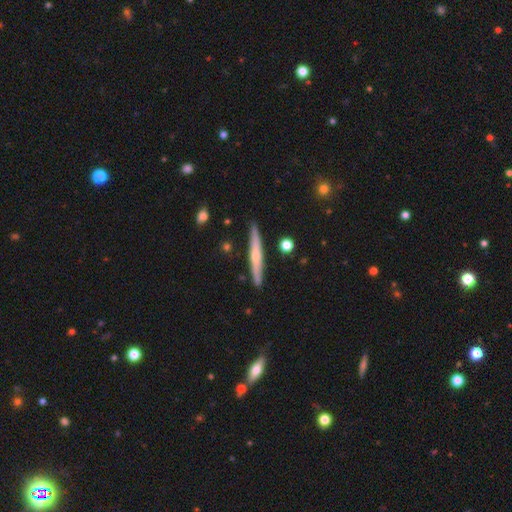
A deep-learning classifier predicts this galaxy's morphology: Smooth or featured? Predicted: featured or disk (p=0.56). Edge-on disk? Predicted: yes (p=0.95). Edge-on bulge? Predicted: rounded (p=0.63). Merging? Predicted: none (p=0.87).